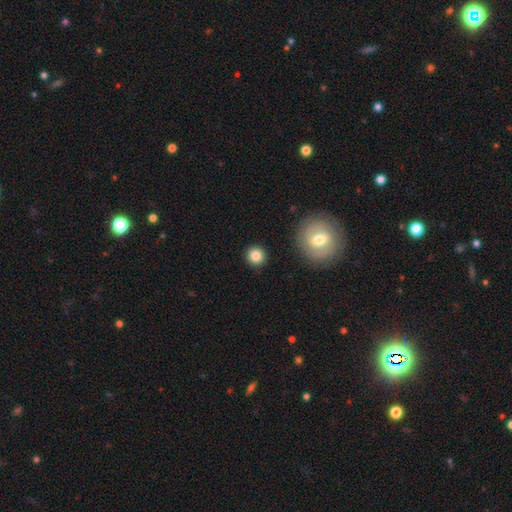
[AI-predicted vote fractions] Q: Smooth or featured?
A: smooth (84%); runner-up: star or artifact (10%)
Q: How rounded?
A: round (93%); runner-up: in between (6%)
Q: Merging?
A: none (90%); runner-up: minor disturbance (6%)